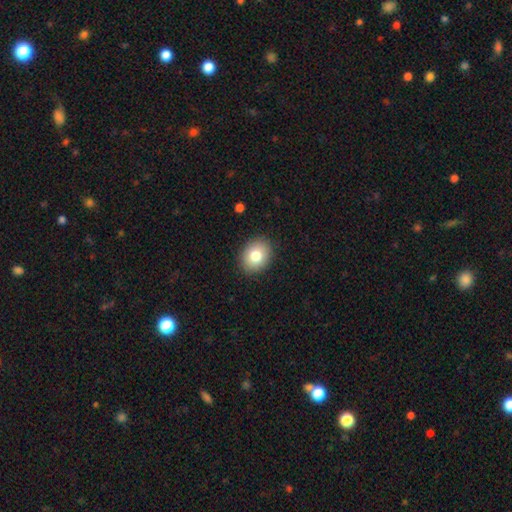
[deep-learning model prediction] A smooth galaxy with no disk features (80%) that is round (53%). Merging: none (89%).